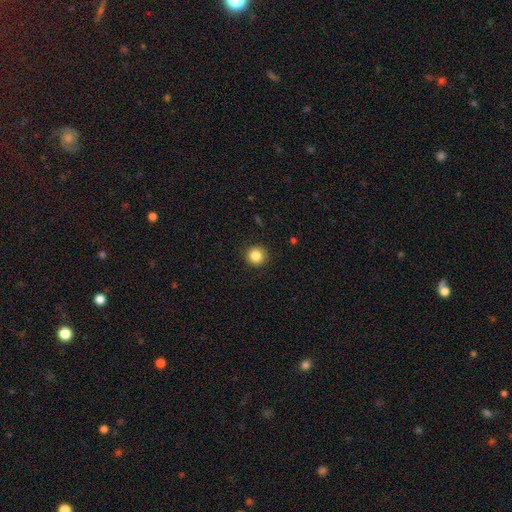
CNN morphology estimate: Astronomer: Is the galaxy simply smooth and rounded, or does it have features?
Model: smooth — 85%.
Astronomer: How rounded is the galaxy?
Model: round — 94%.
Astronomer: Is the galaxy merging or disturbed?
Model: none — 92%.